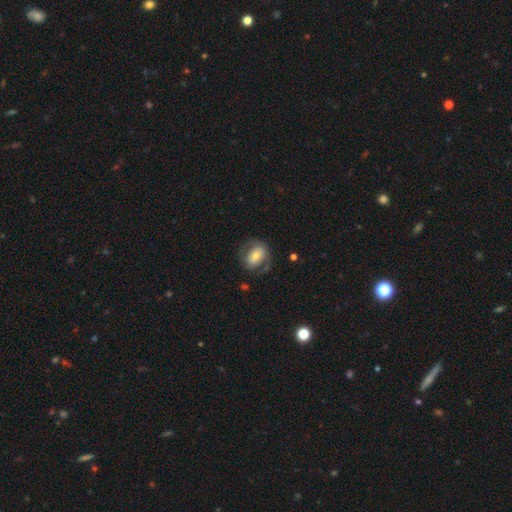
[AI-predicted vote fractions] smooth-or-featured: smooth: 58% | featured or disk: 35% | star or artifact: 7%
  how-rounded: in between: 67% | round: 31% | cigar-shaped: 1%
  merging: none: 63% | minor disturbance: 20% | major disturbance: 14% | merger: 3%